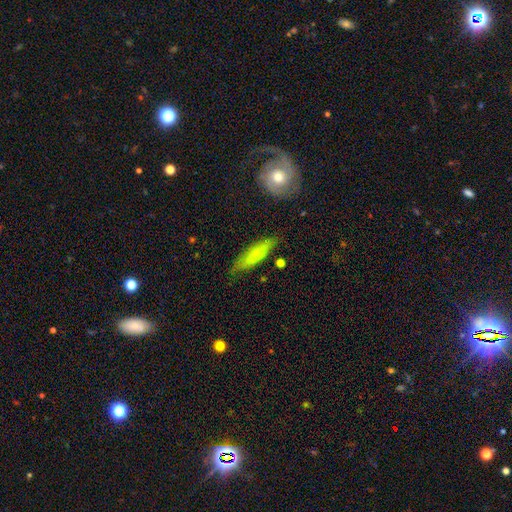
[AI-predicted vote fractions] smooth-or-featured: smooth: 59% | featured or disk: 32% | star or artifact: 8%
  how-rounded: cigar-shaped: 69% | in between: 28% | round: 3%
  merging: none: 71% | minor disturbance: 21% | major disturbance: 6% | merger: 3%